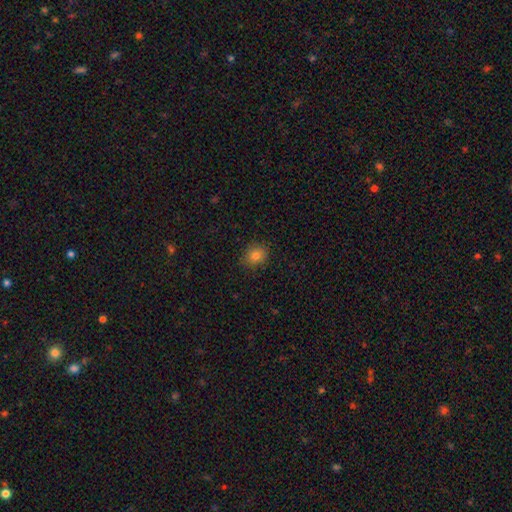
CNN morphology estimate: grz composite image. It shows a smooth galaxy with no disk features (80%) that is round (64%). Merging: none (87%).